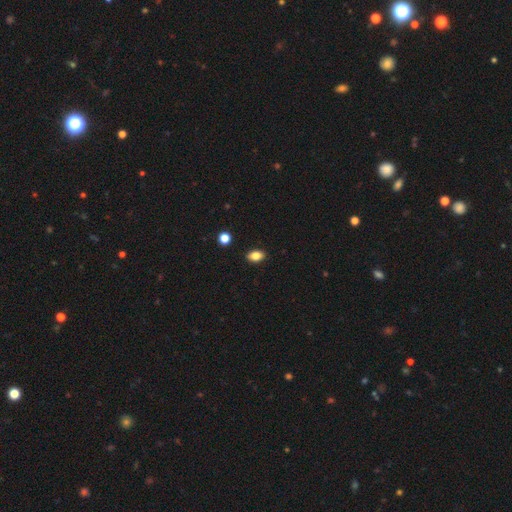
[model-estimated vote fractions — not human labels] A smooth galaxy with no disk features (83%) that is in between round and cigar-shaped (86%).

Vote fractions:
- Smooth or featured? smooth: 83% / star or artifact: 9% / featured or disk: 8%
- How rounded? in between: 86% / round: 12% / cigar-shaped: 2%
- Merging? none: 90% / minor disturbance: 7% / major disturbance: 2% / merger: 1%